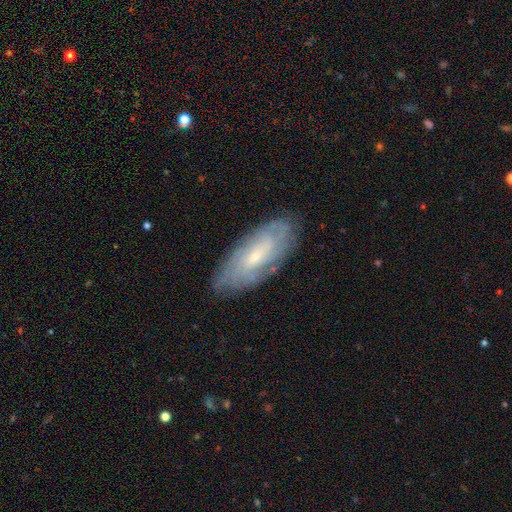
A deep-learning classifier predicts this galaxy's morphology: The model was most divided on "bar": no: 61%, weak: 32%, strong: 7%. More confident: edge-on disk — no (87%); spiral arms — yes (84%); merging — none (81%); bulge size — small (68%); smooth or featured — featured or disk (67%).